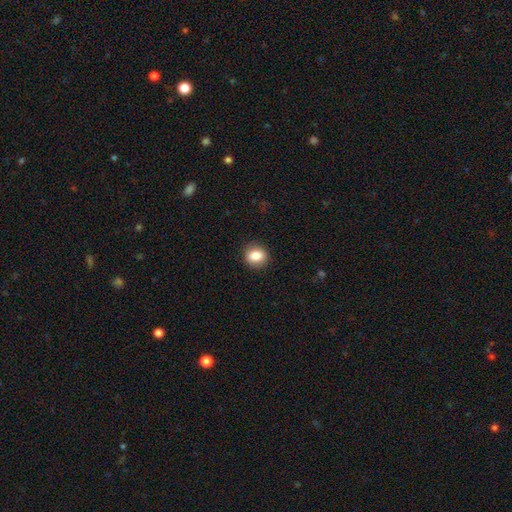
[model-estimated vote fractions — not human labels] Smooth or featured: smooth — 85% (star or artifact — 9%)
How rounded: round — 62% (in between — 36%)
Merging: none — 88% (minor disturbance — 9%)